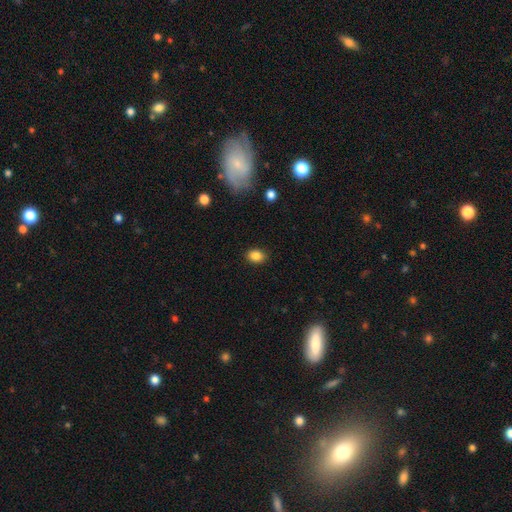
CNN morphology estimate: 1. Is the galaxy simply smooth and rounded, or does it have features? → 86% smooth, 10% star or artifact, 4% featured or disk.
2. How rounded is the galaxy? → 64% in between, 35% round, 1% cigar-shaped.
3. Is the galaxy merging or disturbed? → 87% none, 9% minor disturbance, 2% major disturbance, 1% merger.